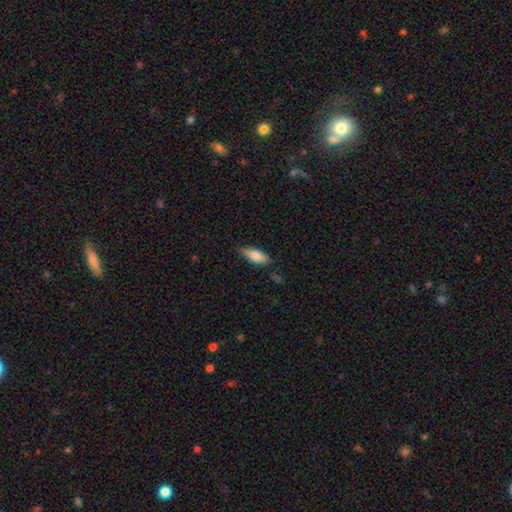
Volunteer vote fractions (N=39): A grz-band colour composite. It shows a smooth galaxy with no disk features (82%) that is in between round and cigar-shaped (75%). Merging: none (79%).